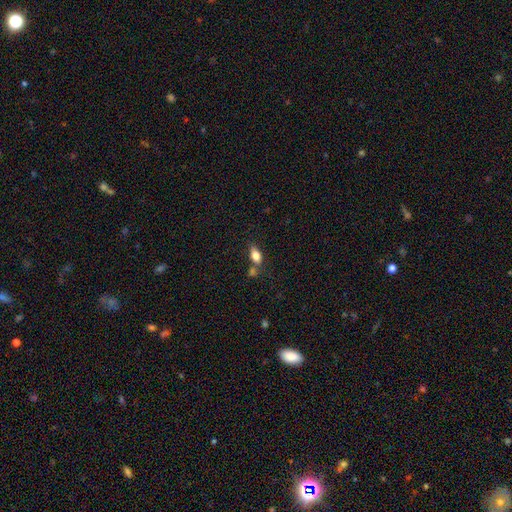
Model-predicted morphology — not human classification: smooth_or_featured: smooth (p=0.78) [alt: featured or disk p=0.13]
how_rounded: in between (p=0.85) [alt: round p=0.08]
merging: none (p=0.57) [alt: merger p=0.22]